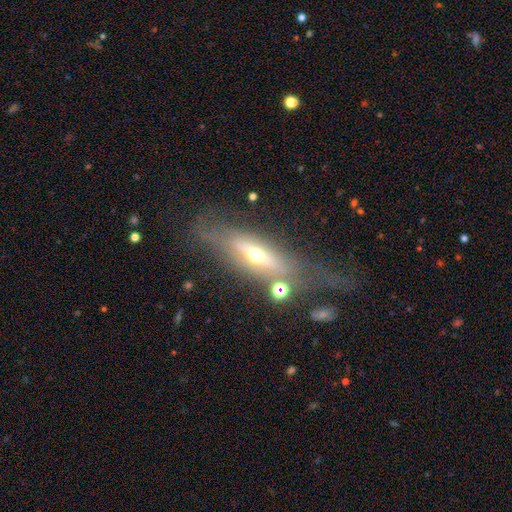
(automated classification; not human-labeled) smooth-or-featured: featured or disk: 60% | smooth: 31% | star or artifact: 9%
  disk-edge-on: yes: 66% | no: 34%
  merging: none: 58% | minor disturbance: 20% | major disturbance: 16% | merger: 6%